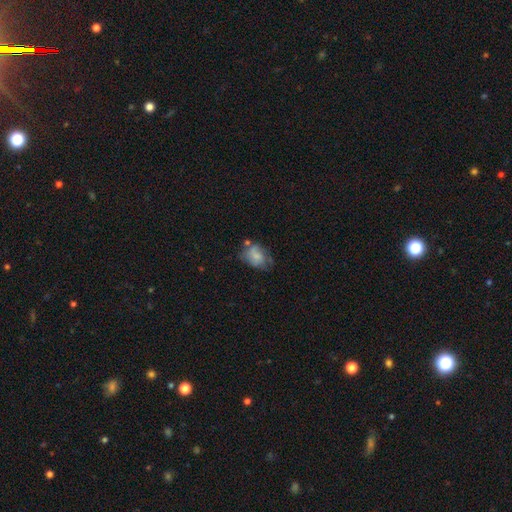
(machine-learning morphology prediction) A smooth galaxy with no disk features (63%) that is in between round and cigar-shaped (72%). Merging: none (42%).